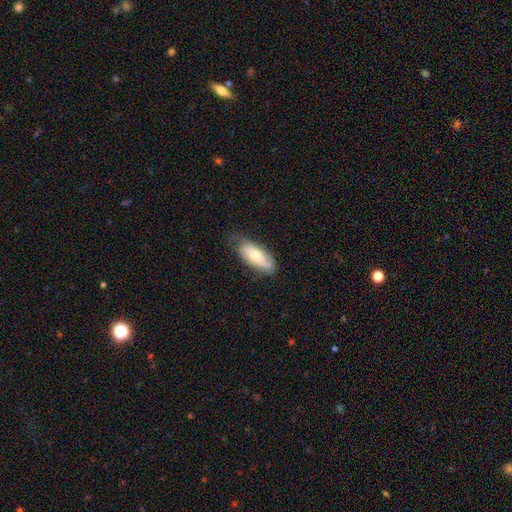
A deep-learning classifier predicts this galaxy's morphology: A smooth galaxy with no disk features (50%).

Vote fractions:
- Smooth or featured? smooth: 50% / featured or disk: 44% / star or artifact: 6%
- Merging? none: 66% / minor disturbance: 26% / major disturbance: 7% / merger: 1%